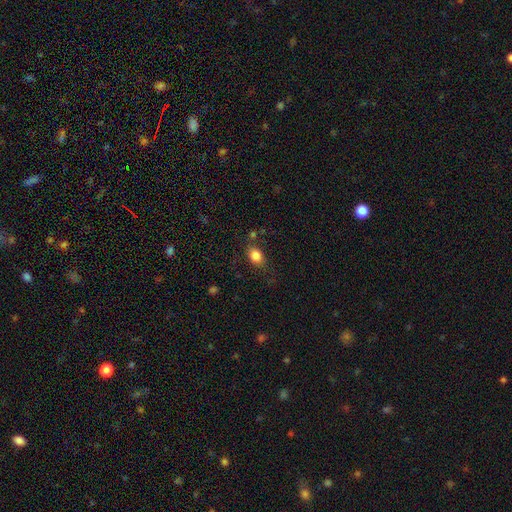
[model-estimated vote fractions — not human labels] The model was most divided on "how rounded": in between: 77%, round: 21%, cigar-shaped: 2%. More confident: smooth or featured — smooth (84%); merging — none (75%).